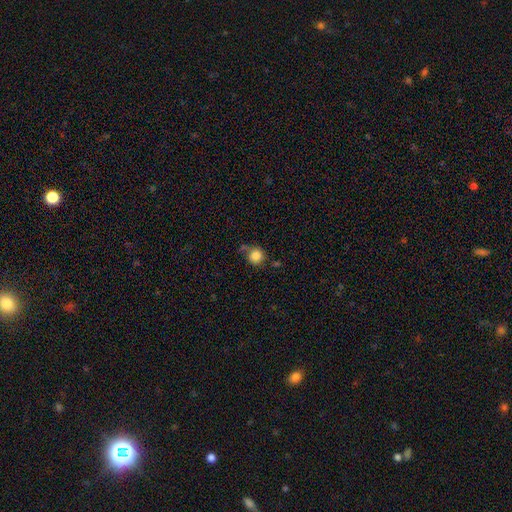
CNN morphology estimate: Smooth or featured?
  - smooth: 84% *
  - star or artifact: 10%
  - featured or disk: 6%
How rounded?
  - round: 91% *
  - in between: 8%
  - cigar-shaped: 1%
Merging?
  - none: 65% *
  - minor disturbance: 18%
  - merger: 10%
  - major disturbance: 7%